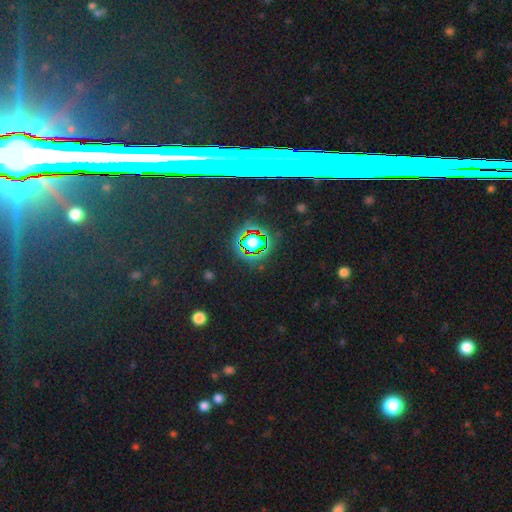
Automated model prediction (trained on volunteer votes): This appears to be a star or artifact, not a galaxy (75%).